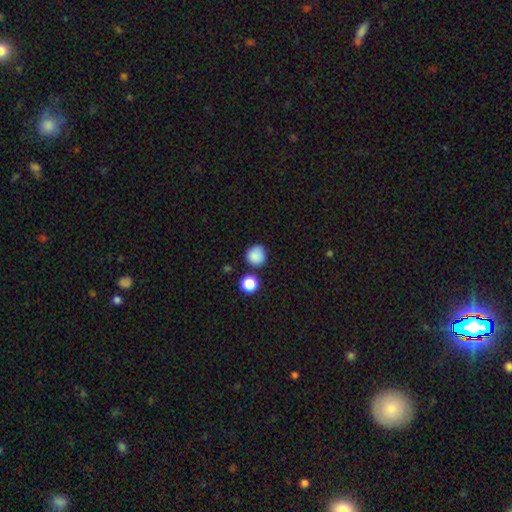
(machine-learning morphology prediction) smooth-or-featured: smooth: 86% | star or artifact: 10% | featured or disk: 4%
  how-rounded: round: 90% | in between: 9% | cigar-shaped: 1%
  merging: none: 79% | minor disturbance: 11% | merger: 6% | major disturbance: 3%